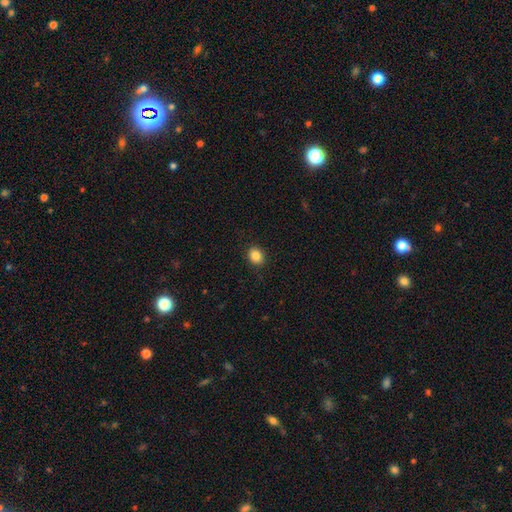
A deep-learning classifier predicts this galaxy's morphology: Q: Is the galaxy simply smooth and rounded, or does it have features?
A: smooth — 85%.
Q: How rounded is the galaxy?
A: round — 61%.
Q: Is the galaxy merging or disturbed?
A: none — 90%.